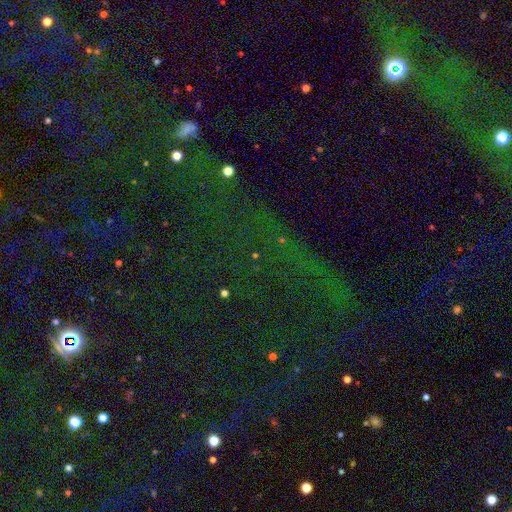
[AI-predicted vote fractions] Smooth or featured? Predicted: star or artifact (p=0.76).